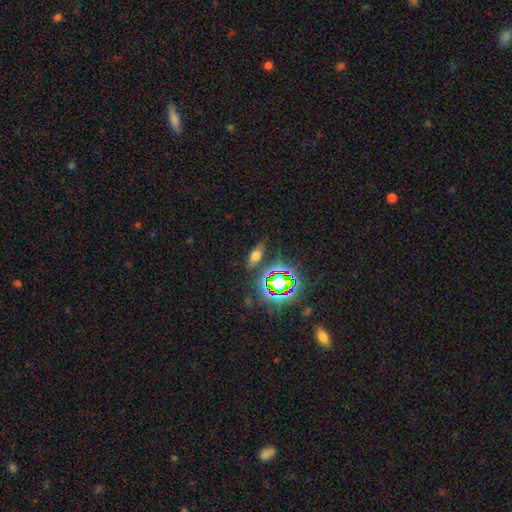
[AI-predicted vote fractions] This appears to be a smooth galaxy with no disk features (55%) that is in between round and cigar-shaped (70%). Merging: none (81%).